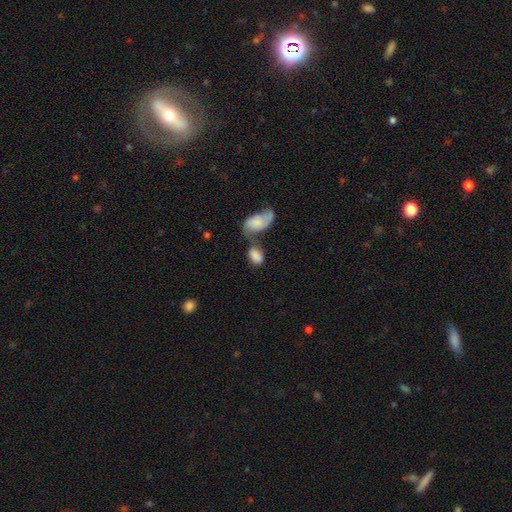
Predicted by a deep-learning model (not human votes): Smooth or featured: smooth — 79% (featured or disk — 14%)
How rounded: in between — 89% (round — 9%)
Merging: merger — 59% (none — 21%)